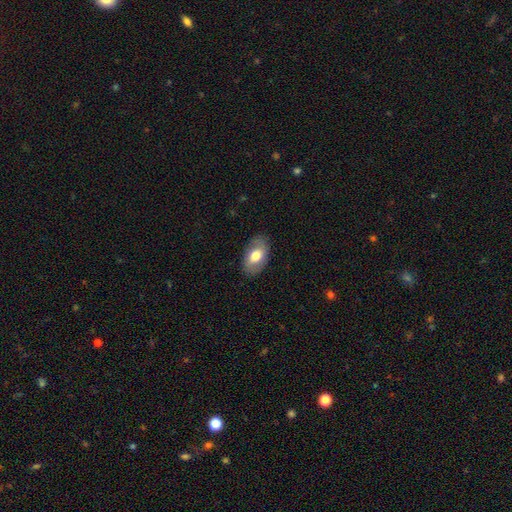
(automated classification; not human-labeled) Smooth or featured?
  - smooth: 62% *
  - featured or disk: 31%
  - star or artifact: 6%
How rounded?
  - in between: 91% *
  - round: 7%
  - cigar-shaped: 2%
Merging?
  - none: 83% *
  - minor disturbance: 13%
  - major disturbance: 3%
  - merger: 1%